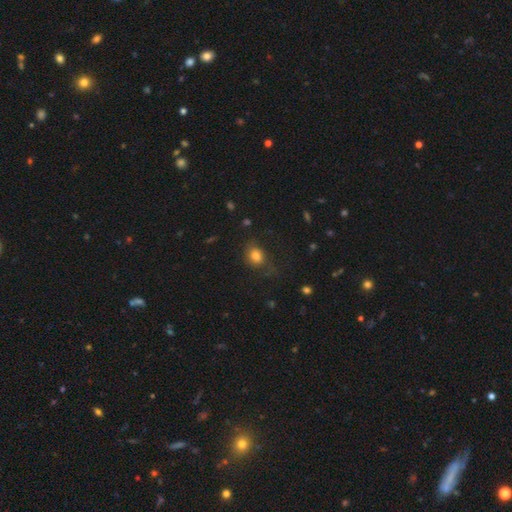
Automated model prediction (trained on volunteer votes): This is likely a smooth galaxy (78%). How rounded: possibly round (54%). Merging: likely none (67%).